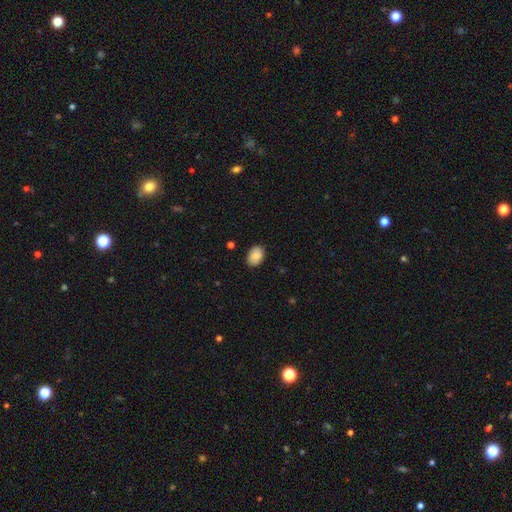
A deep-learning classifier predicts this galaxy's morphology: smooth 85%, featured or disk 7%, star or artifact 7%. Down the decision tree: how rounded — in between (79%); merging — none (86%).